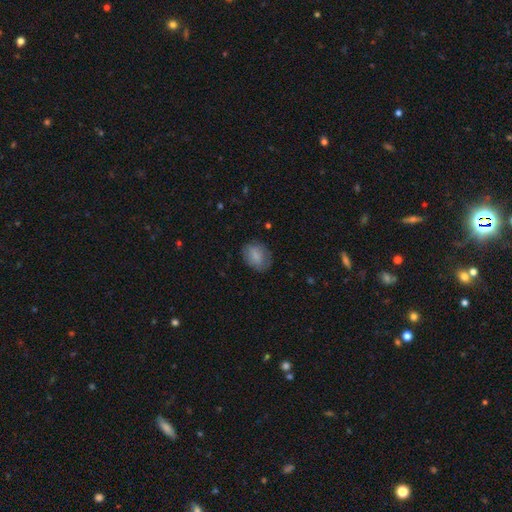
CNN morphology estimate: A smooth galaxy with no disk features (78%) that is in between round and cigar-shaped (67%). Merging: none (74%).